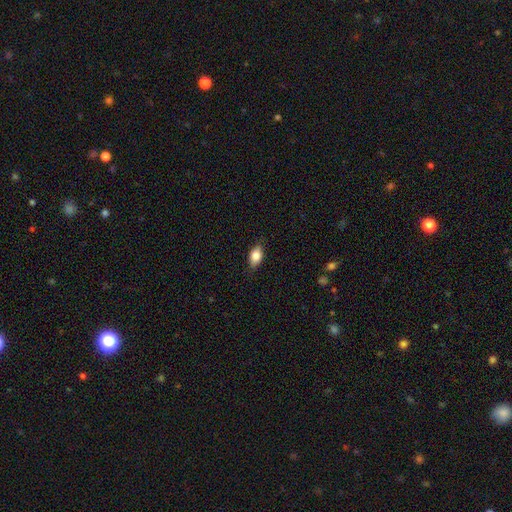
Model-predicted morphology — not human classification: Q: Smooth or featured?
A: smooth (82%); runner-up: featured or disk (10%)
Q: How rounded?
A: in between (86%); runner-up: round (9%)
Q: Merging?
A: none (83%); runner-up: minor disturbance (14%)